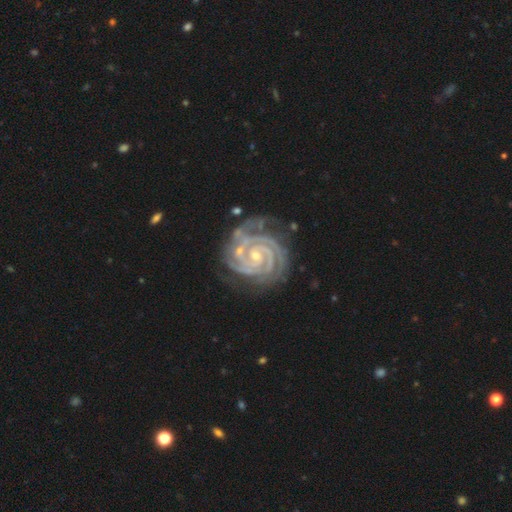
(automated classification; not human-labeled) Smooth or featured? Predicted: featured or disk (p=0.94). Edge-on disk? Predicted: no (p=0.98). Bar? Predicted: no (p=0.57). Spiral arms? Predicted: yes (p=0.99). Spiral winding? Predicted: tight (p=0.86). Spiral arm count? Predicted: 3 (p=0.34). Bulge size? Predicted: small (p=0.69). Merging? Predicted: none (p=0.66).